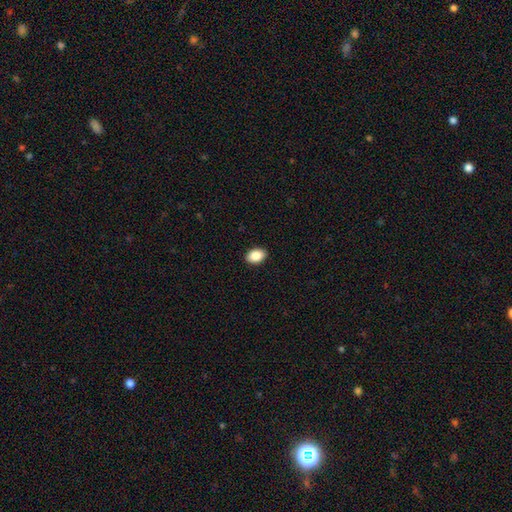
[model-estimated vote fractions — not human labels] Morphology: type=smooth (88%); roundness=in between (83%); merging=none (91%).